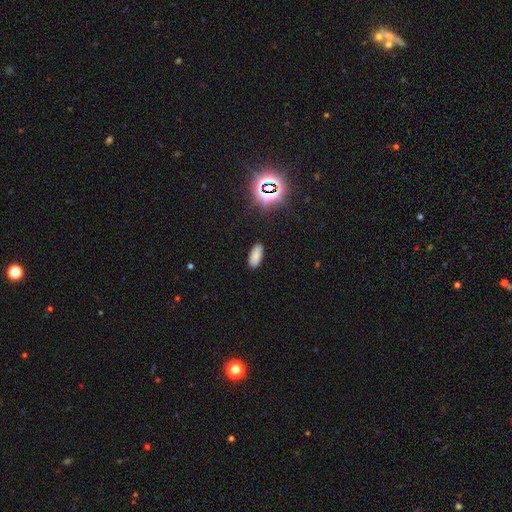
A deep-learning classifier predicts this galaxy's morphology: This appears to be a smooth galaxy with no disk features (81%) that is in between round and cigar-shaped (86%). Merging: none (88%).